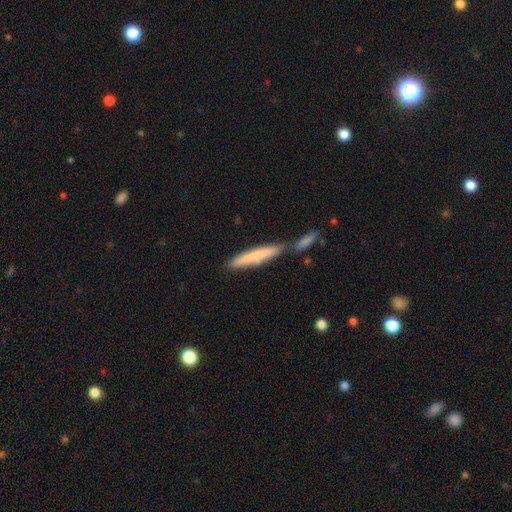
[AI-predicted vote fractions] smooth_or_featured: smooth (p=0.72) [alt: featured or disk p=0.22]
how_rounded: cigar-shaped (p=0.91) [alt: in between p=0.07]
merging: none (p=0.55) [alt: merger p=0.28]